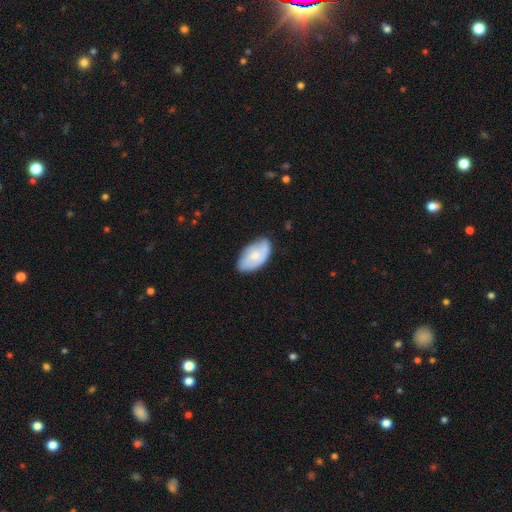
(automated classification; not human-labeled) This is possibly a smooth galaxy (55%). How rounded: clearly in between (94%). Merging: likely none (66%).